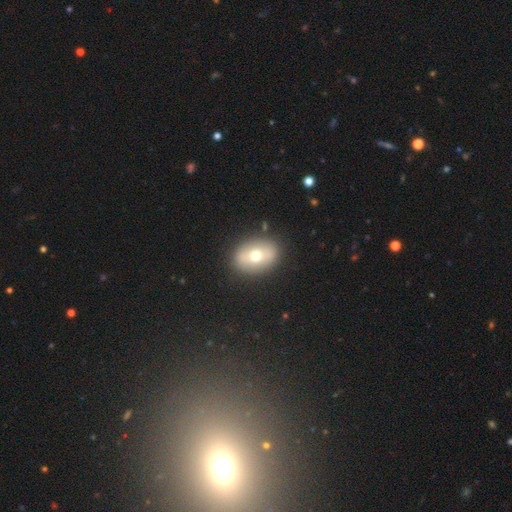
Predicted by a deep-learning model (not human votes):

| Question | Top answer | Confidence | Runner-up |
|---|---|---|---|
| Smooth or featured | smooth | 61% | featured or disk (30%) |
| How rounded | in between | 70% | round (28%) |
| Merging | none | 88% | minor disturbance (8%) |